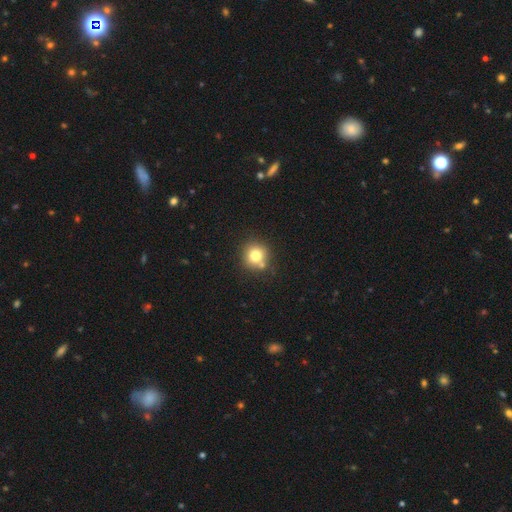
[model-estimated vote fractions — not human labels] Smooth or featured: smooth — 77% (star or artifact — 12%)
How rounded: round — 90% (in between — 9%)
Merging: none — 71% (merger — 15%)